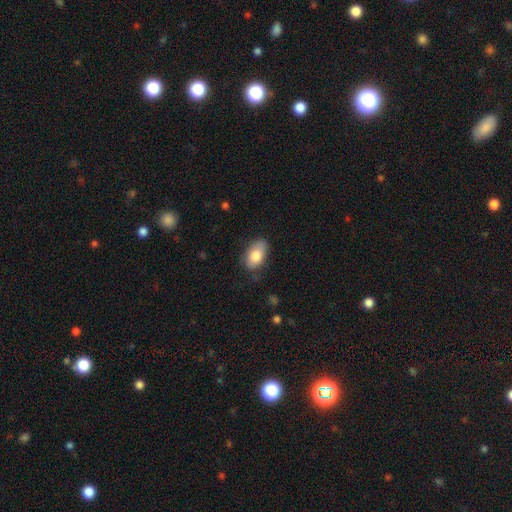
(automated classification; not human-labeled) A smooth galaxy with no disk features (81%) that is in between round and cigar-shaped (92%).

Vote fractions:
- Smooth or featured? smooth: 81% / featured or disk: 12% / star or artifact: 7%
- How rounded? in between: 92% / round: 6% / cigar-shaped: 2%
- Merging? none: 71% / minor disturbance: 22% / major disturbance: 5% / merger: 1%